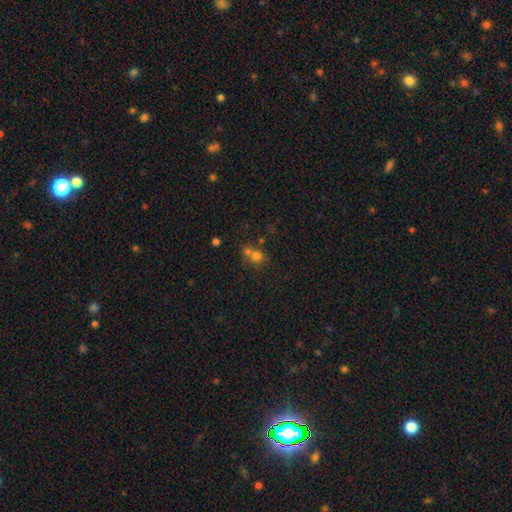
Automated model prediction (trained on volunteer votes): Smooth or featured: smooth — 70% (star or artifact — 17%)
How rounded: round — 83% (in between — 16%)
Merging: merger — 49% (none — 41%)